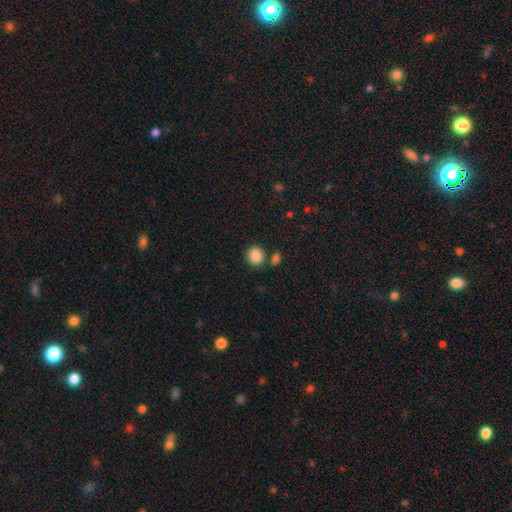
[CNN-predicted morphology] This appears to be a smooth galaxy with no disk features (88%) that is round (73%). Merging: none (72%).